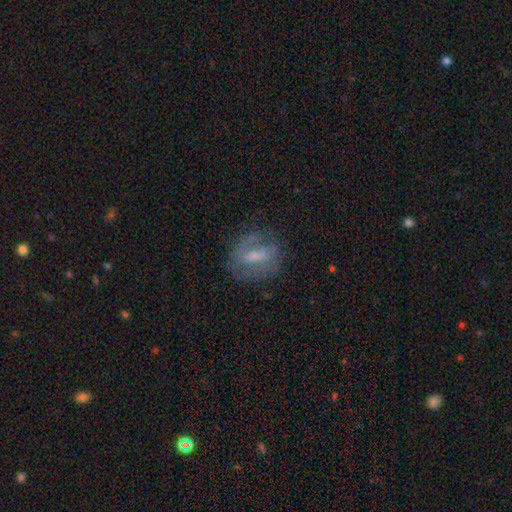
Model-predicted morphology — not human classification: A featured or disk galaxy (62%) with a weak bar (45%), spiral arms (63%) and a small central bulge (39%).

Vote fractions:
- Smooth or featured? featured or disk: 62% / smooth: 28% / star or artifact: 10%
- Edge-on disk? no: 91% / yes: 9%
- Bar? weak: 45% / strong: 35% / no: 19%
- Spiral arms? yes: 63% / no: 37%
- Bulge size? small: 39% / moderate: 36% / none: 19% / large: 5% / dominant: 1%
- Merging? none: 68% / minor disturbance: 19% / major disturbance: 11% / merger: 2%